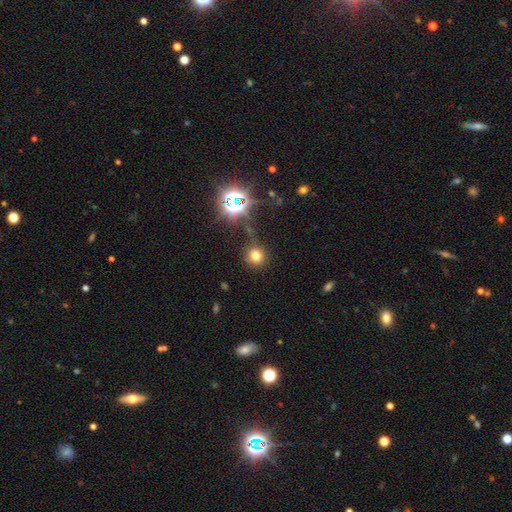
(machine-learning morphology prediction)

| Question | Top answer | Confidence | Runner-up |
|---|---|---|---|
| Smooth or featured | smooth | 69% | star or artifact (24%) |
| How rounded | round | 91% | in between (8%) |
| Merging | none | 80% | minor disturbance (11%) |